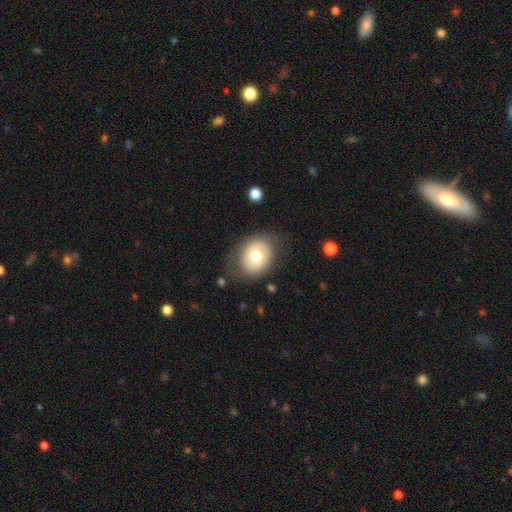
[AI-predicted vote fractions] smooth 65%, featured or disk 28%, star or artifact 7%. Down the decision tree: how rounded — round (56%); merging — none (76%).